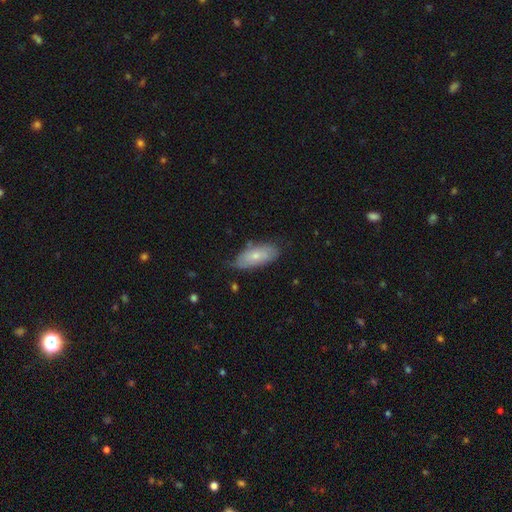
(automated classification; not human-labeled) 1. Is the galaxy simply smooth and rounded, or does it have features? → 66% smooth, 28% featured or disk, 6% star or artifact.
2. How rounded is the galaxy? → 88% in between, 10% cigar-shaped, 3% round.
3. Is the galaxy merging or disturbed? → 65% none, 28% minor disturbance, 5% major disturbance, 2% merger.